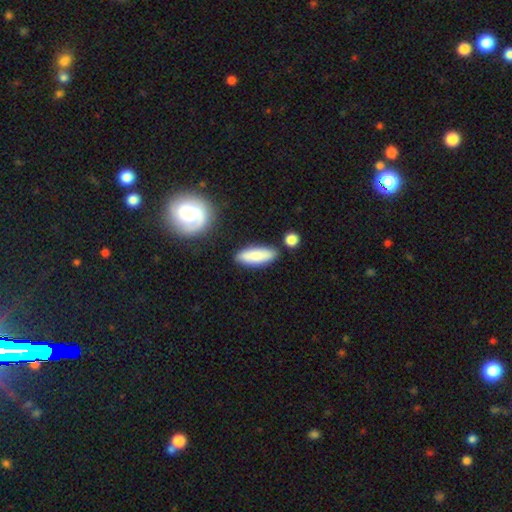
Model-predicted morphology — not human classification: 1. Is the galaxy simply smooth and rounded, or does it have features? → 79% smooth, 15% featured or disk, 6% star or artifact.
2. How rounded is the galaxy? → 60% in between, 38% cigar-shaped, 2% round.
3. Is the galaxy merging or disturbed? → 79% none, 12% minor disturbance, 6% merger, 3% major disturbance.